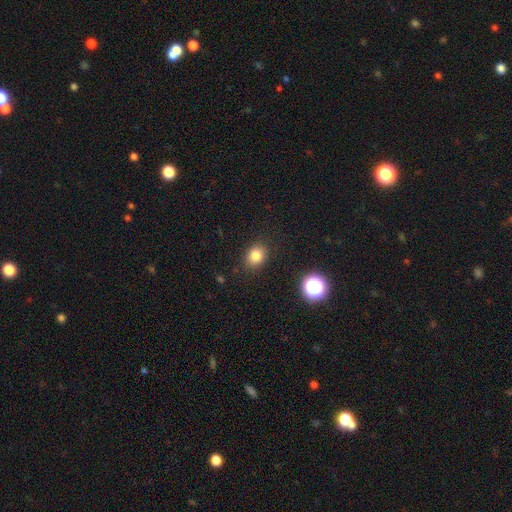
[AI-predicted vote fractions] A smooth galaxy with no disk features (82%) that is round (52%). Merging: none (87%).